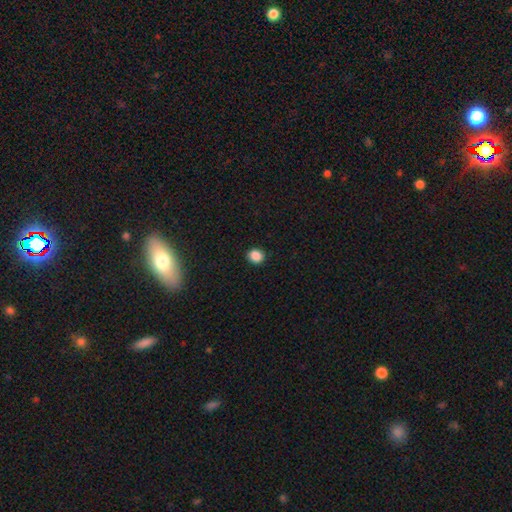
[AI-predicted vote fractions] Smooth or featured?
  - smooth: 87% *
  - star or artifact: 11%
  - featured or disk: 3%
How rounded?
  - round: 83% *
  - in between: 16%
  - cigar-shaped: 1%
Merging?
  - none: 92% *
  - minor disturbance: 5%
  - major disturbance: 2%
  - merger: 1%